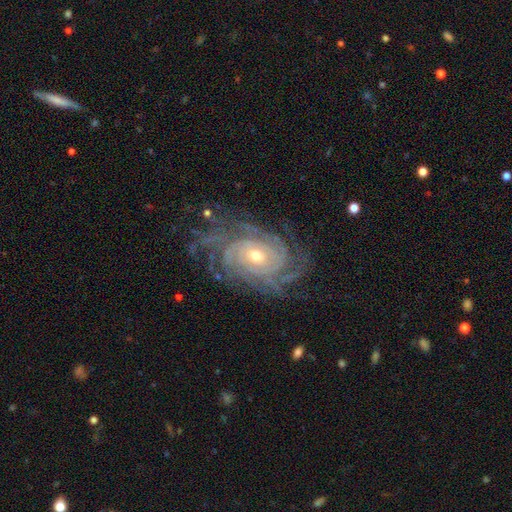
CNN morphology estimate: smooth-or-featured: featured or disk: 91% | star or artifact: 6% | smooth: 4%
  disk-edge-on: no: 96% | yes: 4%
    bar: no: 69% | weak: 22% | strong: 9%
    has-spiral-arms: yes: 98% | no: 2%
      spiral-winding: tight: 78% | medium: 18% | loose: 3%
      spiral-arm-count: more than 4: 27% | 4: 23% | can't tell: 21% | 3: 13% | 2: 9% | 1: 7%
    bulge-size: small: 49% | moderate: 48% | large: 2% | none: 1% | dominant: 1%
  merging: none: 76% | minor disturbance: 16% | major disturbance: 7% | merger: 1%